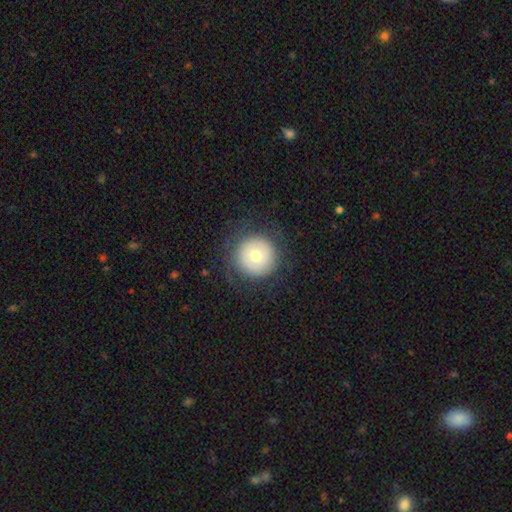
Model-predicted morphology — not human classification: This appears to be a smooth galaxy with no disk features (66%) that is round (96%). Merging: none (83%).